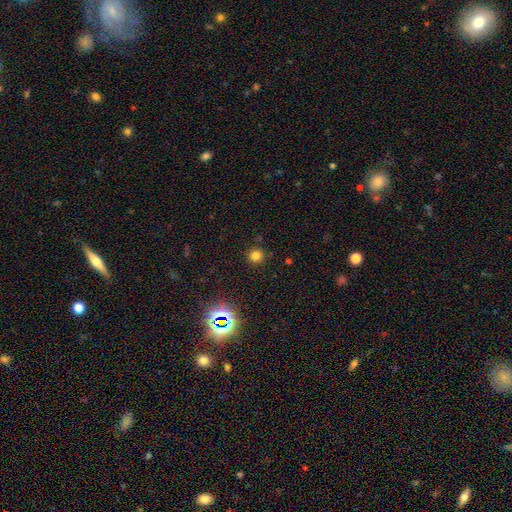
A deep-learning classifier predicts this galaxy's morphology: This appears to be a smooth galaxy with no disk features (75%) that is round (93%). Merging: none (89%).